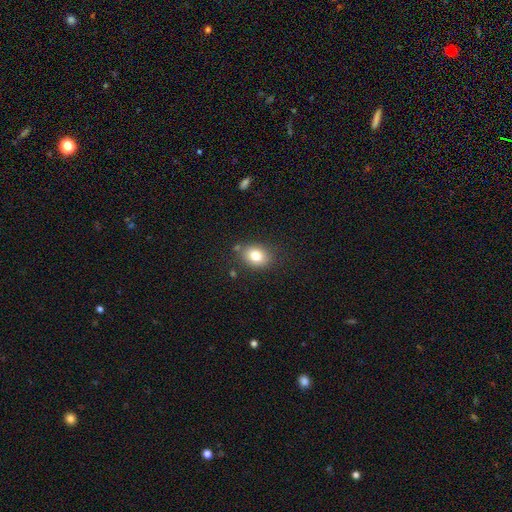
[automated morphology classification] This appears to be a smooth galaxy with no disk features (80%) that is in between round and cigar-shaped (59%). Merging: none (78%).